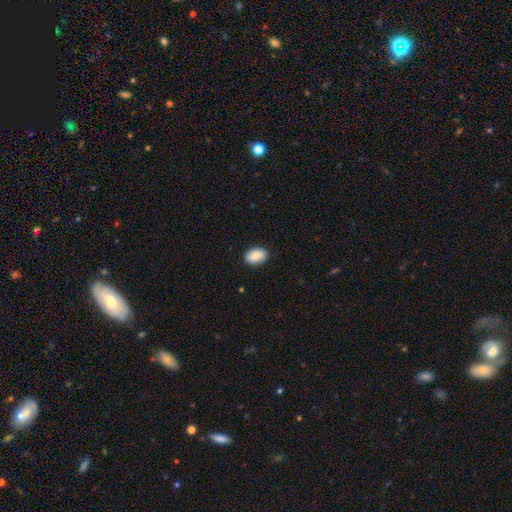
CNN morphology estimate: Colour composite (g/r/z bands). It shows a smooth galaxy with no disk features (89%) that is in between round and cigar-shaped (88%). Merging: none (88%).